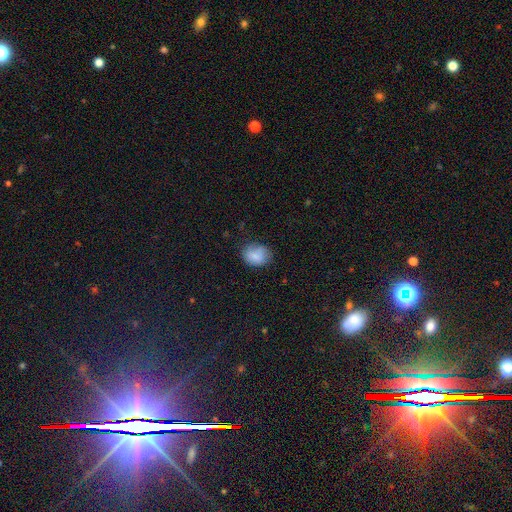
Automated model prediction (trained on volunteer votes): This is clearly a smooth galaxy (80%). How rounded: possibly in between (57%). Merging: likely none (65%).